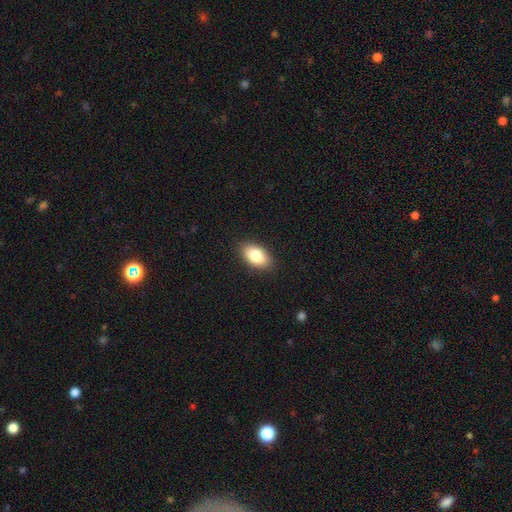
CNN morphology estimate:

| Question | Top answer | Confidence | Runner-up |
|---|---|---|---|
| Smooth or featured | smooth | 83% | featured or disk (10%) |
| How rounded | in between | 92% | round (6%) |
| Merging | none | 88% | minor disturbance (9%) |